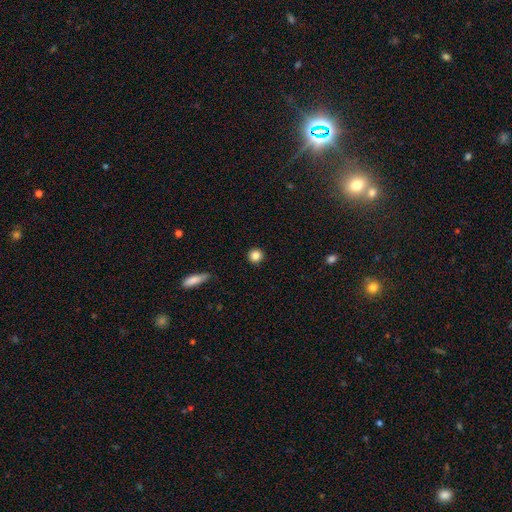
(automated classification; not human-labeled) Morphology: type=smooth (85%); roundness=round (94%); merging=none (91%).